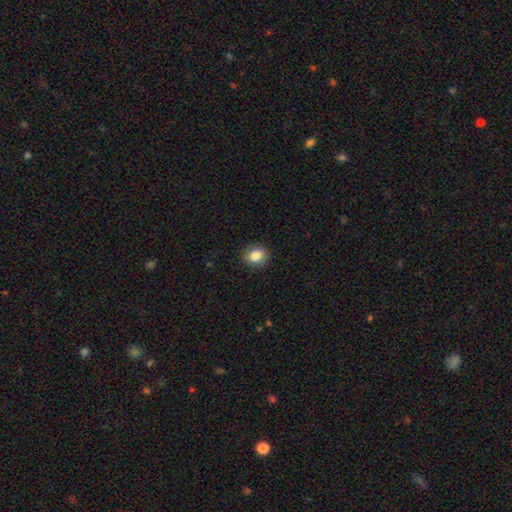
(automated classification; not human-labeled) Q: Smooth or featured?
A: smooth (85%); runner-up: star or artifact (9%)
Q: How rounded?
A: round (59%); runner-up: in between (41%)
Q: Merging?
A: none (90%); runner-up: minor disturbance (7%)